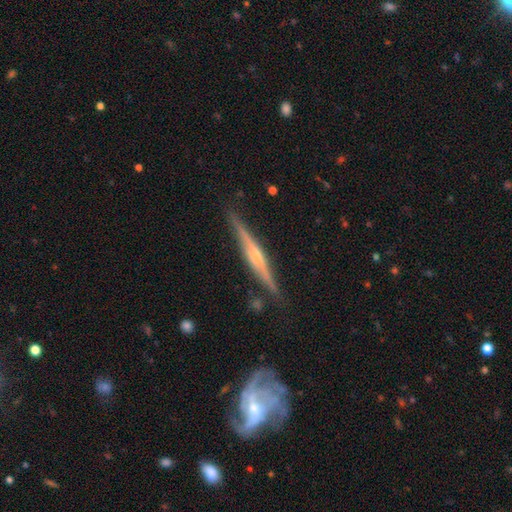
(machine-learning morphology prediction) Smooth or featured? Predicted: featured or disk (p=0.80). Edge-on disk? Predicted: yes (p=0.97). Edge-on bulge? Predicted: rounded (p=0.74). Merging? Predicted: none (p=0.85).